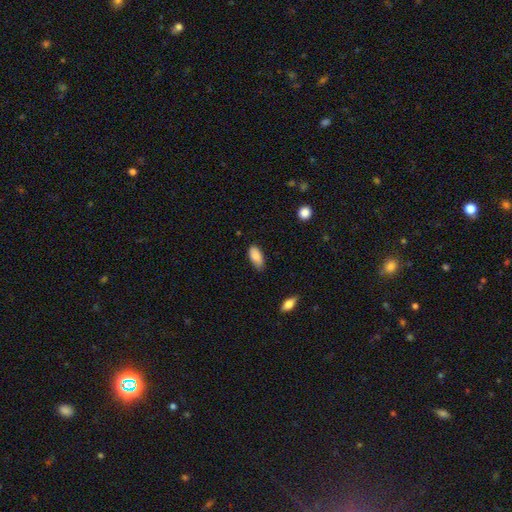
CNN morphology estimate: Smooth or featured?
  - smooth: 87% *
  - star or artifact: 7%
  - featured or disk: 6%
How rounded?
  - in between: 89% *
  - cigar-shaped: 8%
  - round: 2%
Merging?
  - none: 71% *
  - minor disturbance: 24%
  - major disturbance: 3%
  - merger: 1%